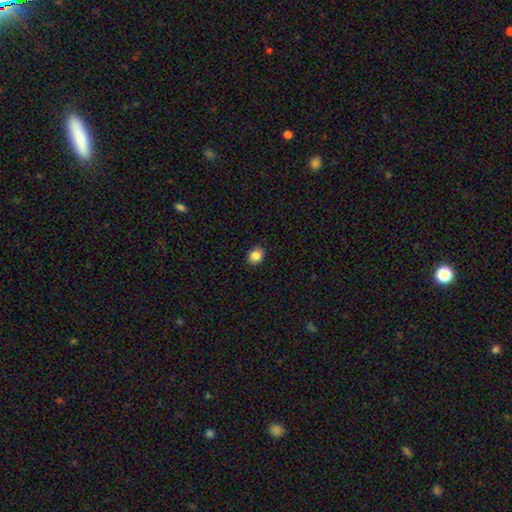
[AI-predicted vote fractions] Morphology: type=smooth (86%); roundness=round (57%); merging=none (90%).